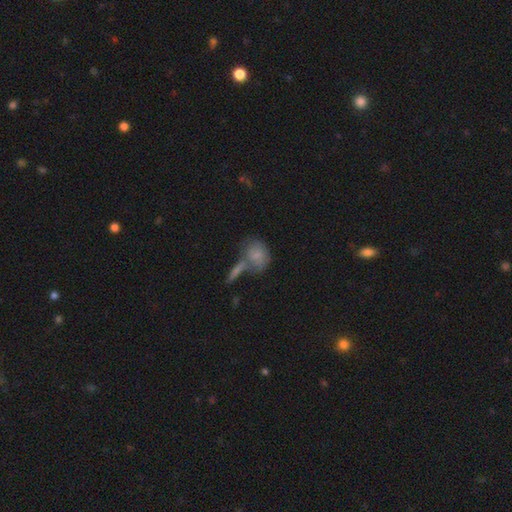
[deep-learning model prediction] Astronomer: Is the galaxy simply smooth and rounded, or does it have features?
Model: smooth — 70%.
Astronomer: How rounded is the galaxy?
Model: in between — 50% (runner-up: round, 46%).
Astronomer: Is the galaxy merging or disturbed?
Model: merger — 42% (runner-up: none, 36%).